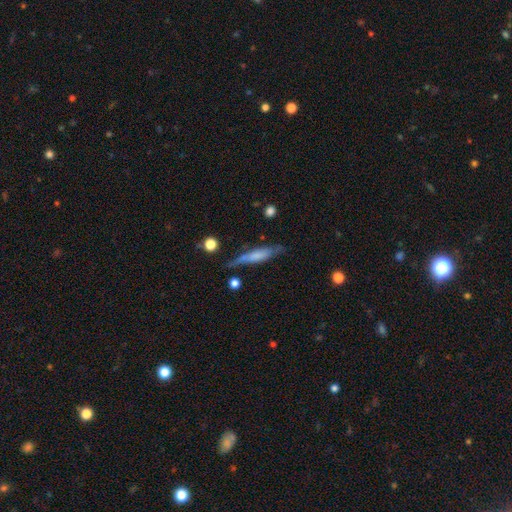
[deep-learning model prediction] Smooth or featured? smooth (49%)
Merging? none (64%)